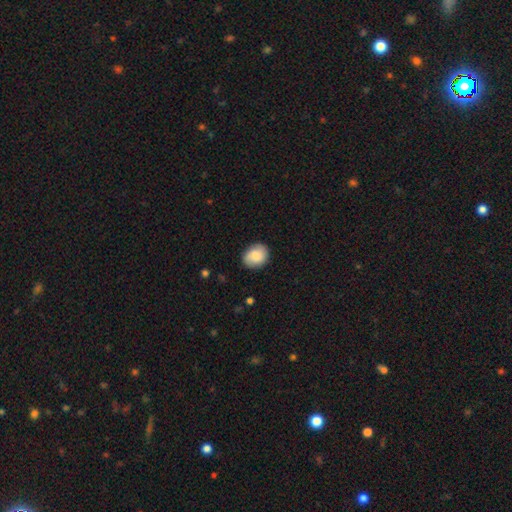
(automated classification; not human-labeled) This appears to be a smooth galaxy with no disk features (73%) that is round (53%). Merging: none (84%).